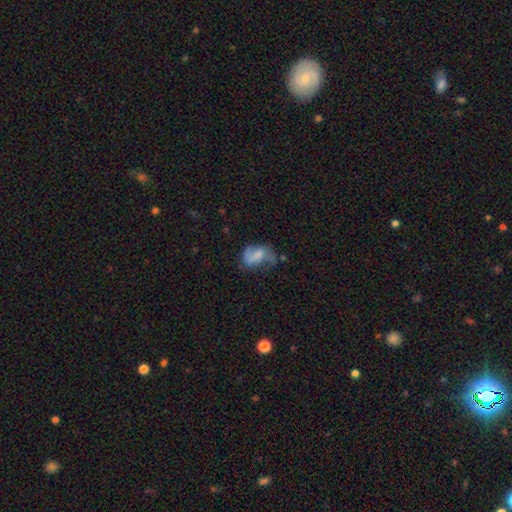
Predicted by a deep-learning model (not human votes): The model was most divided on "merging": none: 37%, major disturbance: 31%, minor disturbance: 27%, merger: 5%. Remaining: edge-on disk — no (97%); spiral arms — yes (80%); smooth or featured — featured or disk (55%); bar — no (47%); bulge size — none (44%).